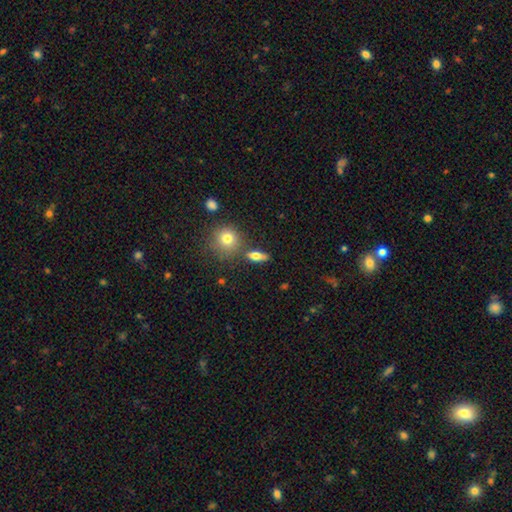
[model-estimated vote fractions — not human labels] Smooth or featured? smooth (69%)
How rounded? in between (62%)
Merging? none (74%)